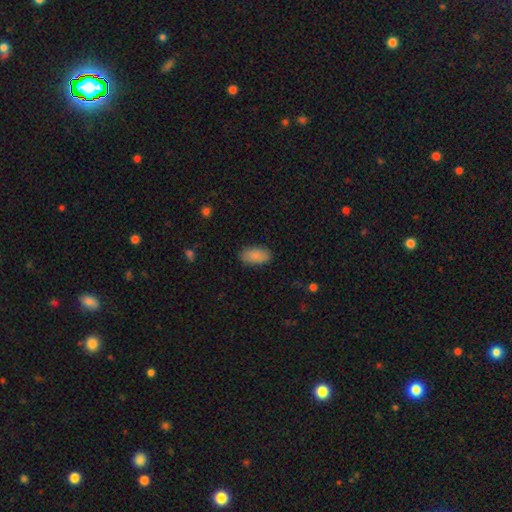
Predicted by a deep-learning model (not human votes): smooth 89%, star or artifact 6%, featured or disk 5%. Down the decision tree: how rounded — in between (94%); merging — none (87%).